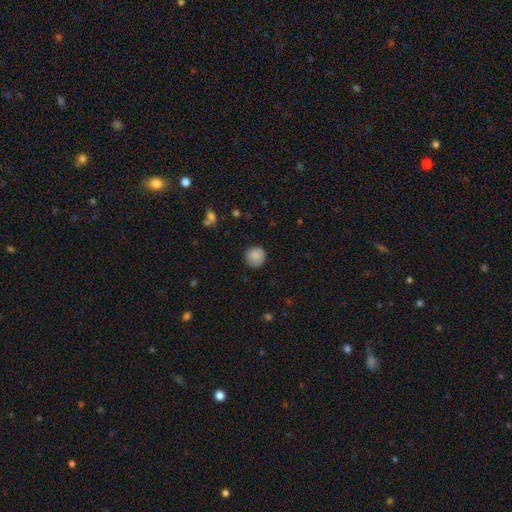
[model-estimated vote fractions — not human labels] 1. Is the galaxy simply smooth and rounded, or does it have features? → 87% smooth, 9% star or artifact, 5% featured or disk.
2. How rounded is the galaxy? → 93% round, 6% in between, 1% cigar-shaped.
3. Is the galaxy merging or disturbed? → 87% none, 10% minor disturbance, 2% major disturbance, 1% merger.